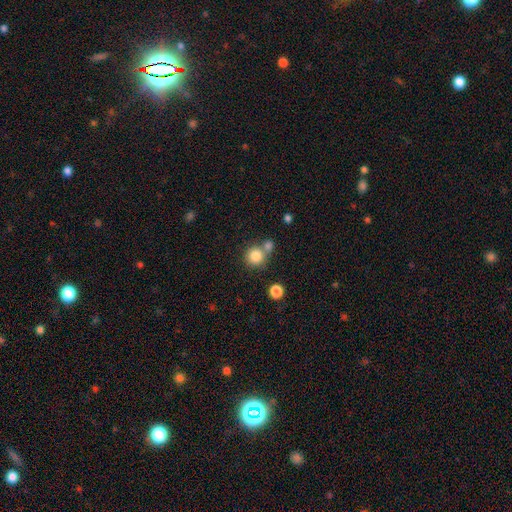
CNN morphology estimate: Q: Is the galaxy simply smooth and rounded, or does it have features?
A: smooth — 82%.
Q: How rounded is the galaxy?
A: round — 91%.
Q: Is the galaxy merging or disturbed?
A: none — 58%.